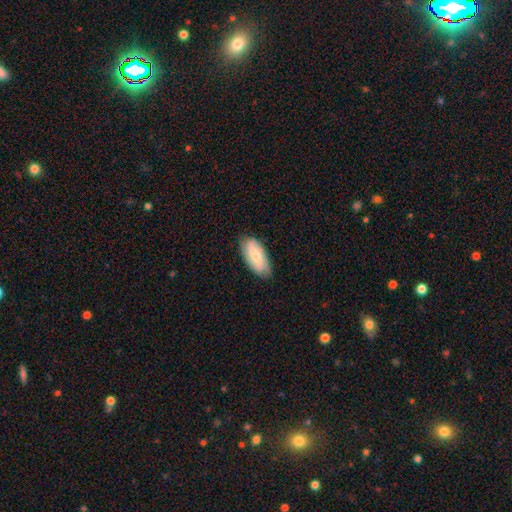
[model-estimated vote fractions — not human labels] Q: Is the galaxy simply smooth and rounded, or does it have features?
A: smooth — 52%.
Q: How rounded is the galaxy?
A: in between — 85%.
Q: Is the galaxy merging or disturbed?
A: none — 82%.